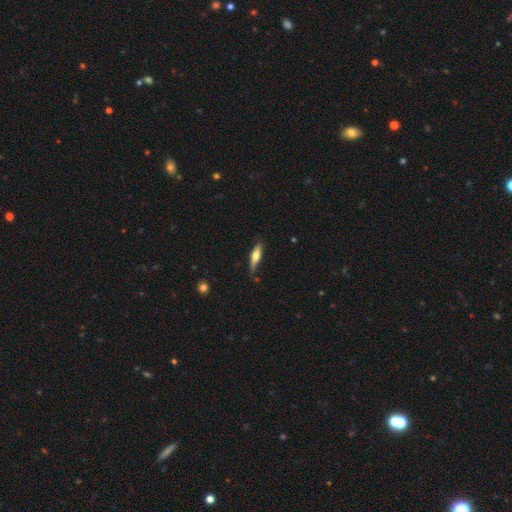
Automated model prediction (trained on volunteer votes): This appears to be a smooth galaxy with no disk features (50%). Merging: none (72%).